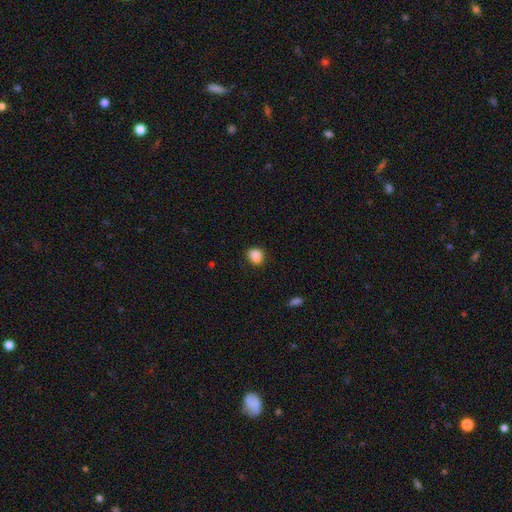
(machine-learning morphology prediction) Smooth or featured? smooth (87%)
How rounded? round (62%)
Merging? none (77%)